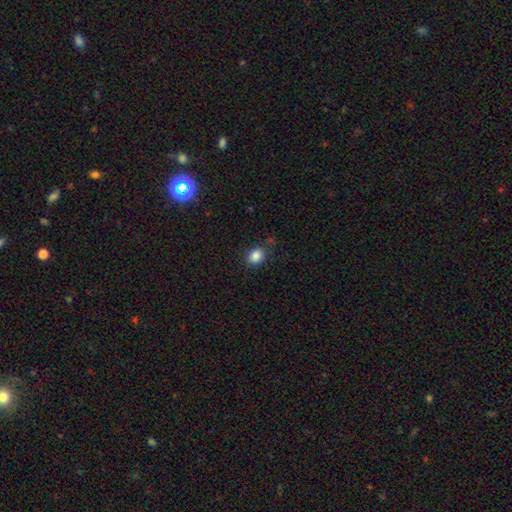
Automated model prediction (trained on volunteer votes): smooth_or_featured: smooth (p=0.86) [alt: star or artifact p=0.10]
how_rounded: in between (p=0.51) [alt: round p=0.48]
merging: none (p=0.82) [alt: minor disturbance p=0.13]